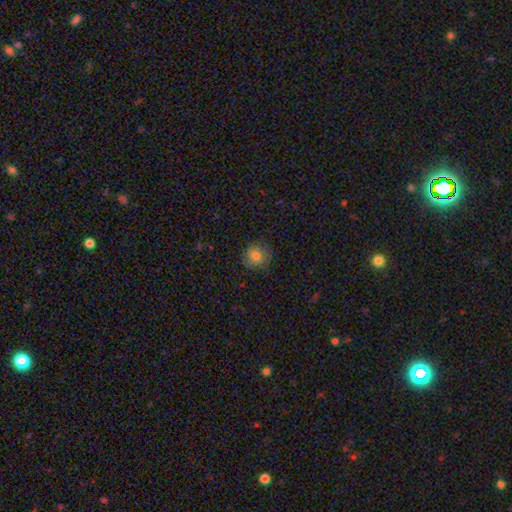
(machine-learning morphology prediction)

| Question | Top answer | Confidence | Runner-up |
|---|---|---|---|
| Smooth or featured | smooth | 81% | star or artifact (11%) |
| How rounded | round | 85% | in between (15%) |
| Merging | none | 80% | minor disturbance (15%) |